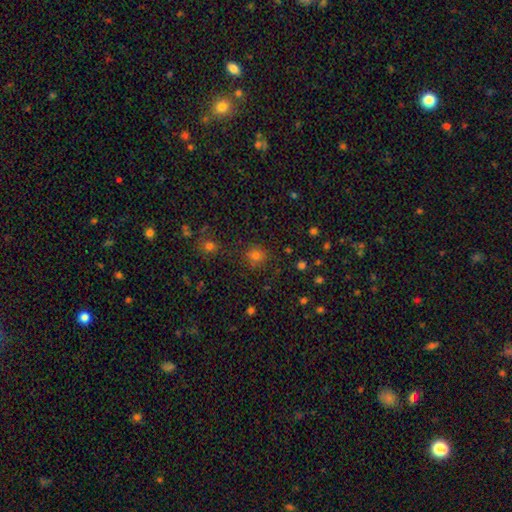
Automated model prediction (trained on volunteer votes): smooth_or_featured: smooth (p=0.71) [alt: star or artifact p=0.22]
how_rounded: round (p=0.84) [alt: in between p=0.15]
merging: none (p=0.82) [alt: minor disturbance p=0.11]